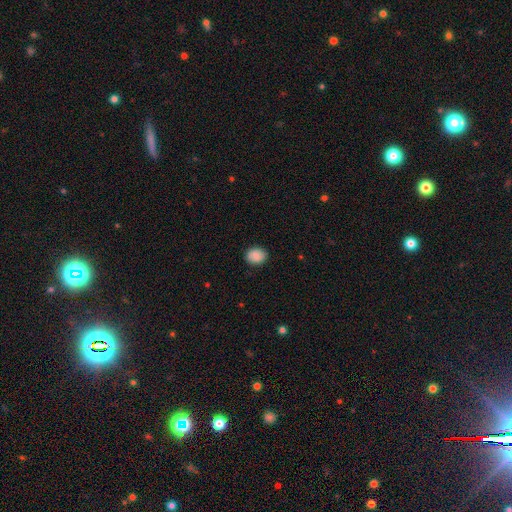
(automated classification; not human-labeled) The model was most divided on "how rounded": round: 58%, in between: 41%, cigar-shaped: 1%. More confident: merging — none (88%); smooth or featured — smooth (87%).